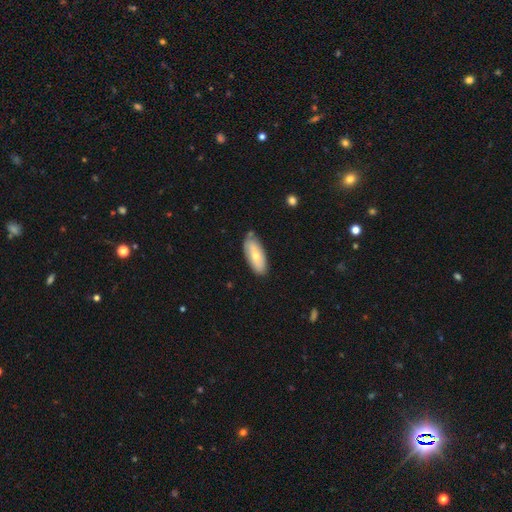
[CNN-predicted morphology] This is likely a smooth galaxy (65%). How rounded: clearly in between (84%). Merging: likely none (75%).